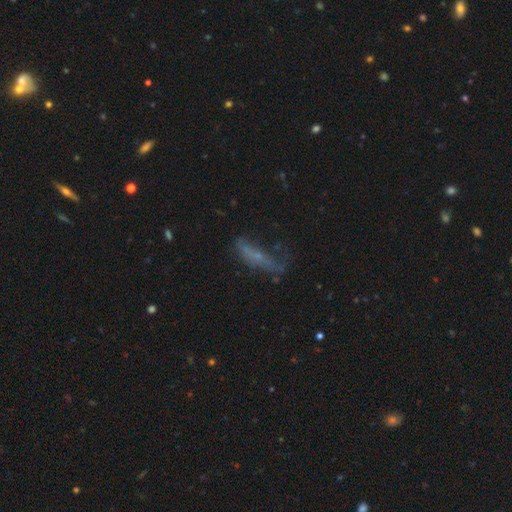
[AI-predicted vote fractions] smooth_or_featured: smooth (p=0.44) [alt: featured or disk p=0.39]
merging: none (p=0.38) [alt: major disturbance p=0.32]